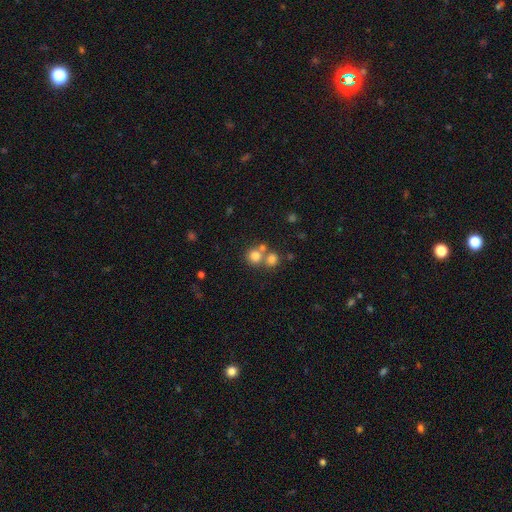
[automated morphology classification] Smooth or featured? Predicted: smooth (p=0.76). How rounded? Predicted: round (p=0.88). Merging? Predicted: none (p=0.52).